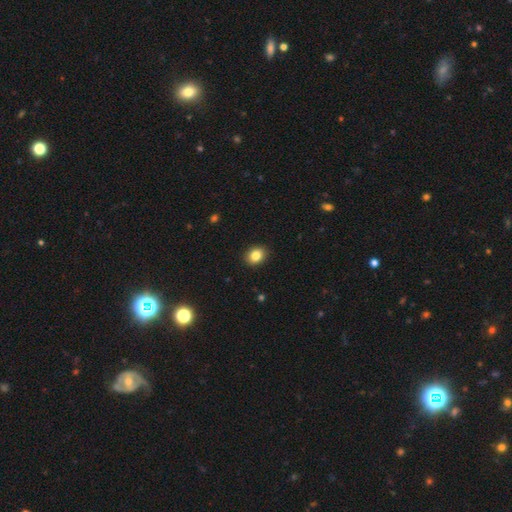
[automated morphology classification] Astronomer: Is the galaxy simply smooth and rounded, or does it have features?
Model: smooth — 85%.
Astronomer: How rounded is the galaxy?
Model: round — 50% (runner-up: in between, 49%).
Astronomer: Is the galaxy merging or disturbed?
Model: none — 90%.